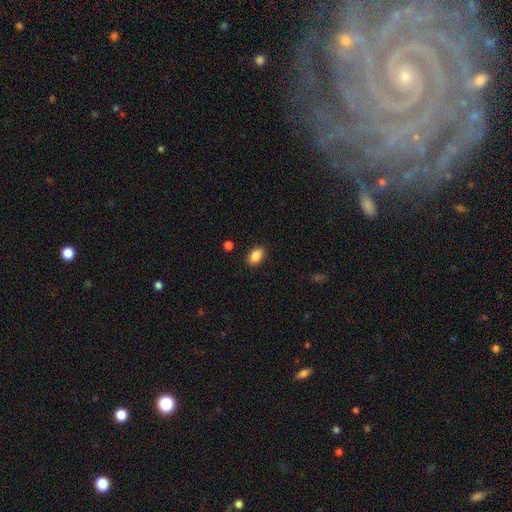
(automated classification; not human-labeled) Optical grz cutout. It shows a smooth galaxy with no disk features (88%) that is in between round and cigar-shaped (90%). Merging: none (88%).